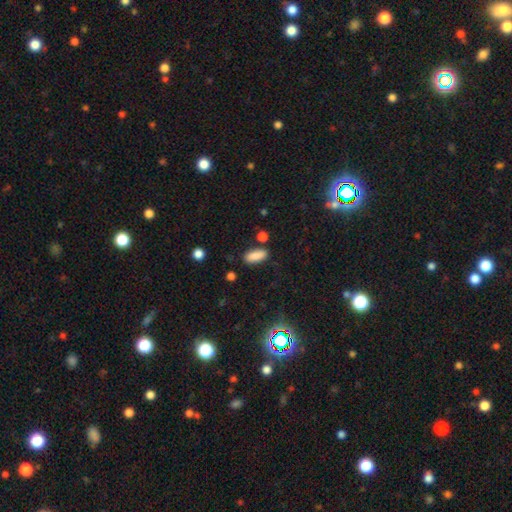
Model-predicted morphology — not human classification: type=smooth (87%); roundness=in between (80%); merging=none (80%).